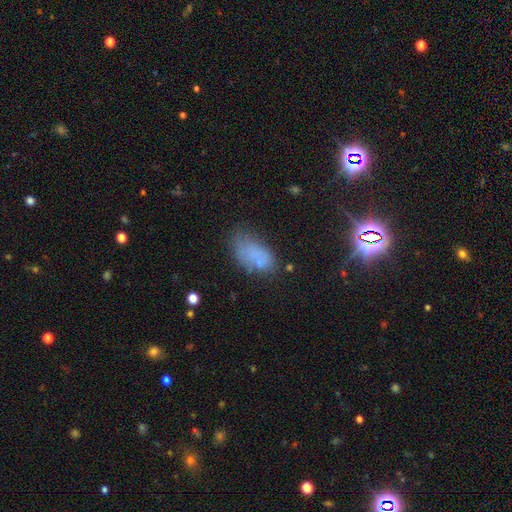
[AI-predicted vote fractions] Smooth or featured? smooth (65%)
How rounded? in between (91%)
Merging? none (45%)